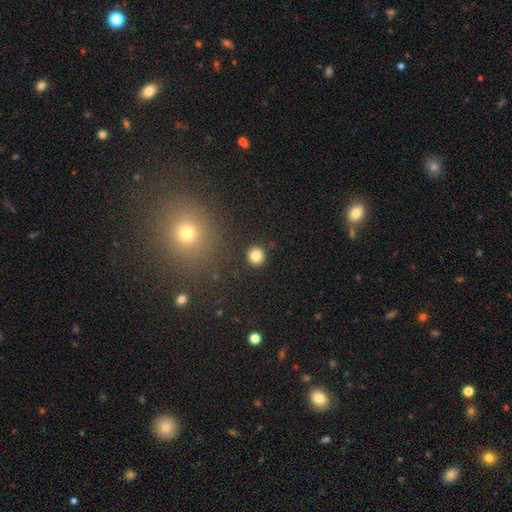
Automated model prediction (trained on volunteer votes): This is clearly a smooth galaxy (83%). How rounded: clearly round (88%). Merging: clearly none (90%).